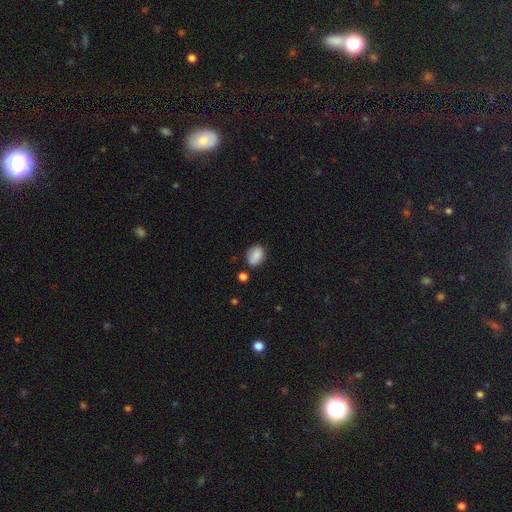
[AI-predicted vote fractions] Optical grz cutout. It shows a smooth galaxy with no disk features (84%) that is in between round and cigar-shaped (72%). Merging: none (71%).